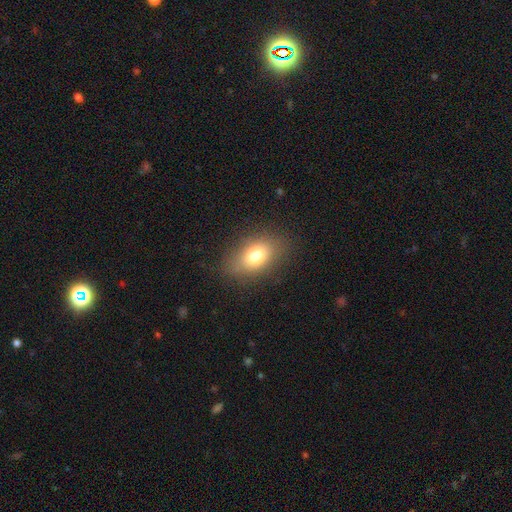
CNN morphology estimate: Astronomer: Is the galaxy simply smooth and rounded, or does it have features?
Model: smooth — 75%.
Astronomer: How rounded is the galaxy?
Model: in between — 80%.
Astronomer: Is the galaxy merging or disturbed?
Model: none — 82%.